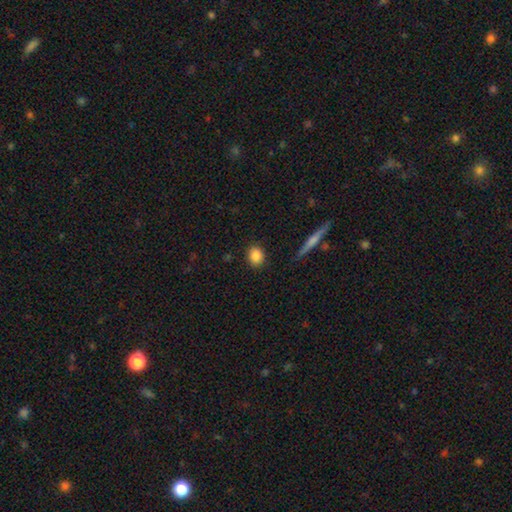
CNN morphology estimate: Smooth or featured?
  - smooth: 86% *
  - star or artifact: 9%
  - featured or disk: 5%
How rounded?
  - round: 64% *
  - in between: 34%
  - cigar-shaped: 2%
Merging?
  - none: 88% *
  - minor disturbance: 8%
  - major disturbance: 2%
  - merger: 2%